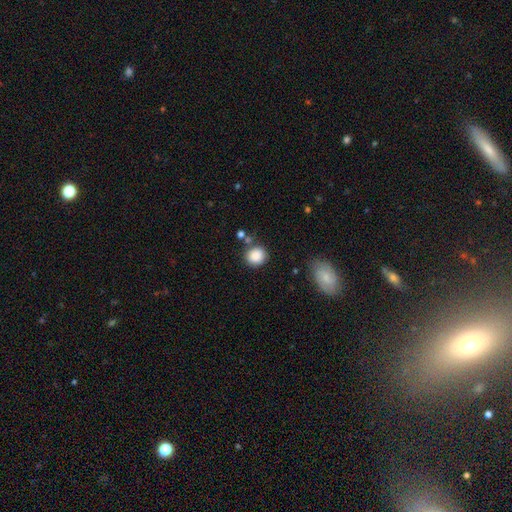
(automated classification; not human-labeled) Morphology: type=smooth (88%); roundness=round (82%); merging=none (75%).